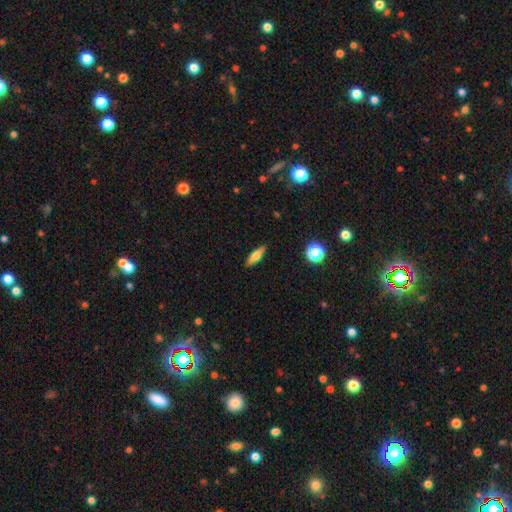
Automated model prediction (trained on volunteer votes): Smooth or featured: smooth — 59% (featured or disk — 33%)
How rounded: cigar-shaped — 55% (in between — 41%)
Merging: none — 89% (minor disturbance — 8%)